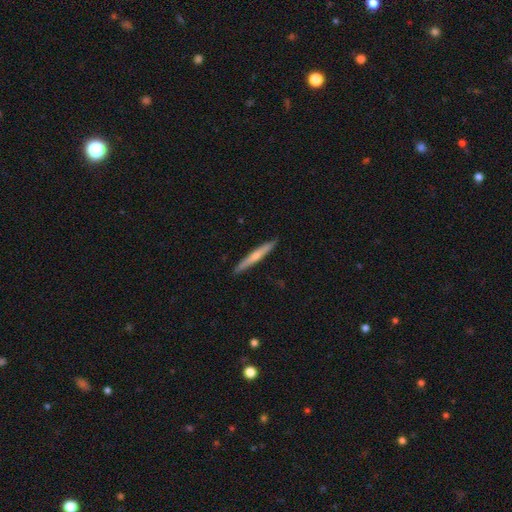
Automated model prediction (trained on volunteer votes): Smooth or featured? Predicted: featured or disk (p=0.48). Merging? Predicted: none (p=0.91).